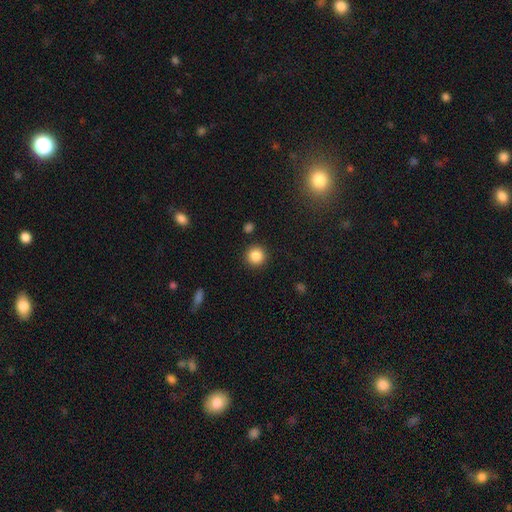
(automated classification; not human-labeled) smooth-or-featured: smooth: 86% | star or artifact: 10% | featured or disk: 4%
  how-rounded: round: 94% | in between: 5% | cigar-shaped: 1%
  merging: none: 90% | minor disturbance: 6% | major disturbance: 2% | merger: 2%